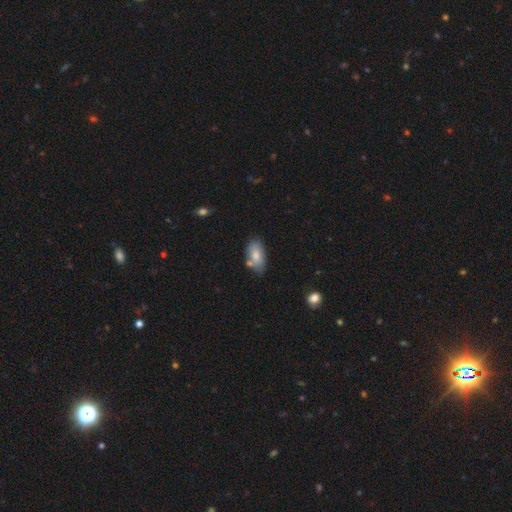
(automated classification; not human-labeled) Smooth or featured: smooth — 76% (featured or disk — 17%)
How rounded: in between — 93% (round — 4%)
Merging: none — 64% (minor disturbance — 19%)